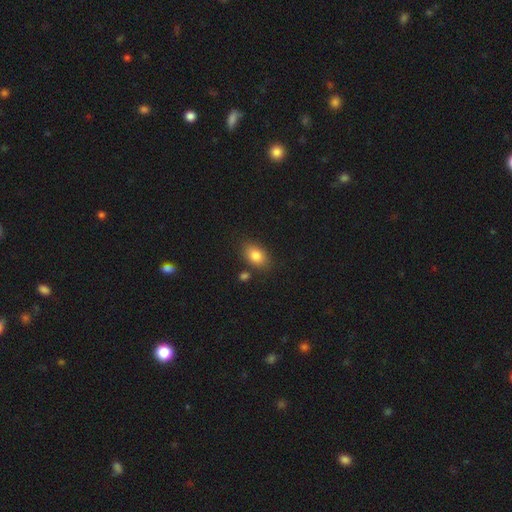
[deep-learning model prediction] The model was most divided on "merging": none: 80%, minor disturbance: 11%, merger: 6%, major disturbance: 3%. More confident: how rounded — in between (84%); smooth or featured — smooth (83%).